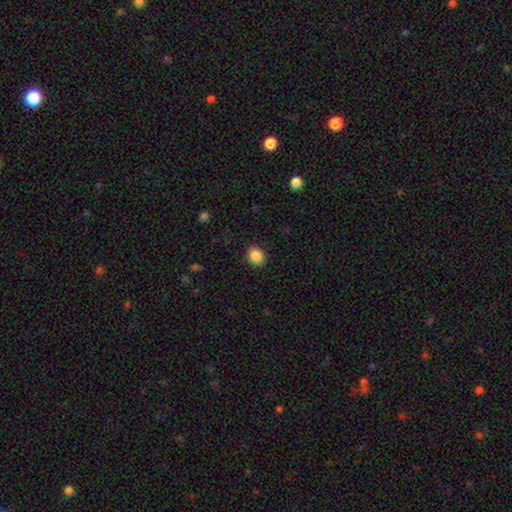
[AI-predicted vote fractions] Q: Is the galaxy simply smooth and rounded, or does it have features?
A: smooth — 87%.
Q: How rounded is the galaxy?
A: round — 68%.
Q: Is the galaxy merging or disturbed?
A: none — 89%.